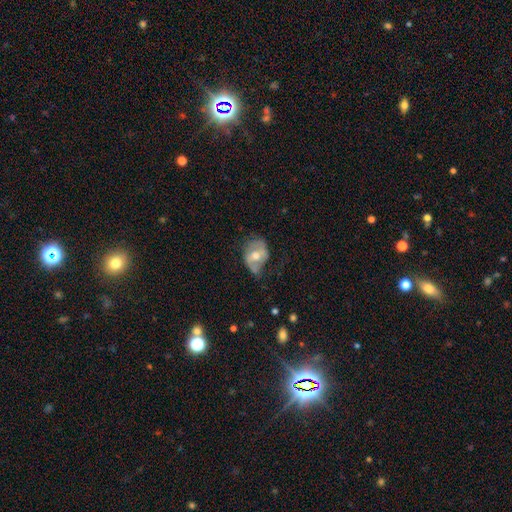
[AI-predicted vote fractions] smooth_or_featured: featured or disk (p=0.52) [alt: smooth p=0.40]
disk_edge_on: no (p=0.96) [alt: yes p=0.04]
bar: no (p=0.46) [alt: weak p=0.39]
has_spiral_arms: yes (p=0.62) [alt: no p=0.38]
bulge_size: moderate (p=0.70) [alt: small p=0.18]
merging: none (p=0.45) [alt: minor disturbance p=0.33]